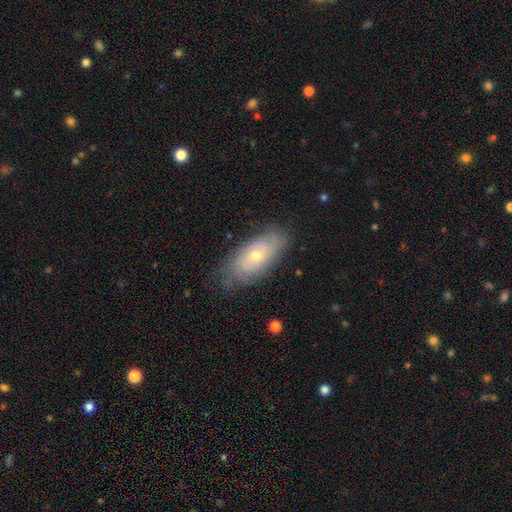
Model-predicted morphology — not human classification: This is possibly a featured or disk galaxy (58%). It is clearly not viewed edge-on (88%). Bar: clearly no (81%). Spiral arm pattern: likely yes (76%). Central bulge: possibly moderate (51%). Merging: likely none (74%).